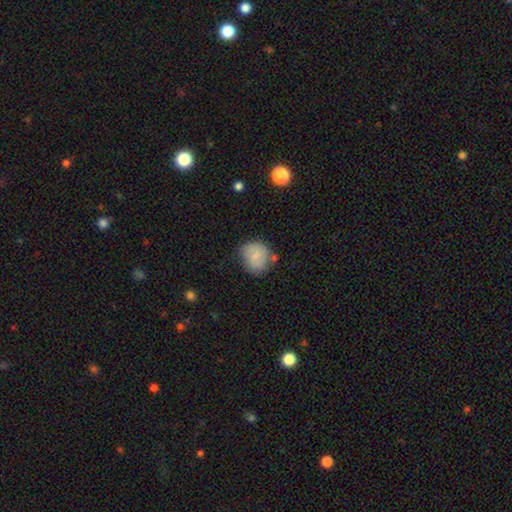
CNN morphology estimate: Smooth or featured?
  - smooth: 79% *
  - featured or disk: 14%
  - star or artifact: 8%
How rounded?
  - round: 72% *
  - in between: 27%
  - cigar-shaped: 1%
Merging?
  - none: 59% *
  - minor disturbance: 26%
  - major disturbance: 8%
  - merger: 7%